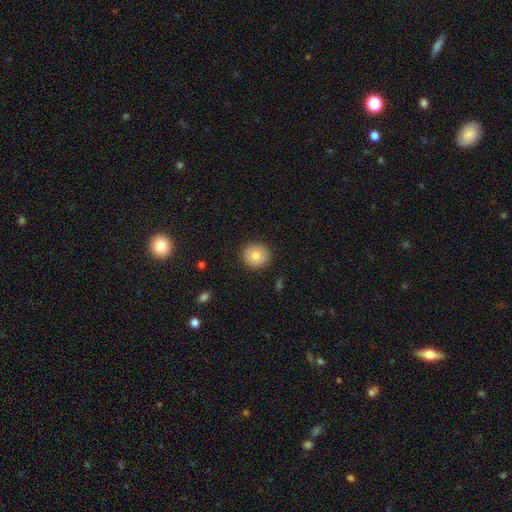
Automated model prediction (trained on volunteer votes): smooth-or-featured: smooth: 81% | featured or disk: 11% | star or artifact: 8%
  how-rounded: round: 84% | in between: 16% | cigar-shaped: 1%
  merging: none: 89% | minor disturbance: 8% | major disturbance: 2% | merger: 1%